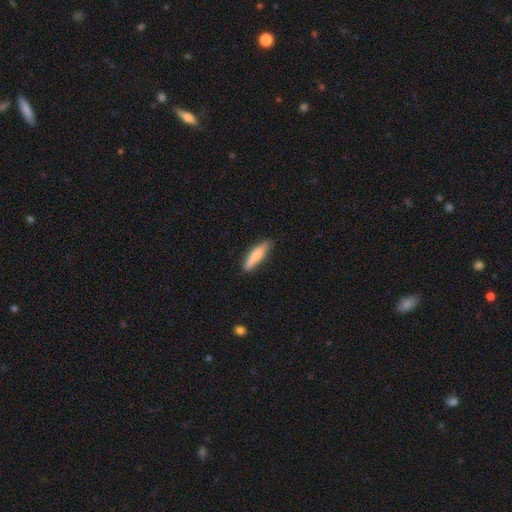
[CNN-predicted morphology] This appears to be a smooth galaxy with no disk features (73%) that is cigar-shaped (79%). Merging: none (83%).